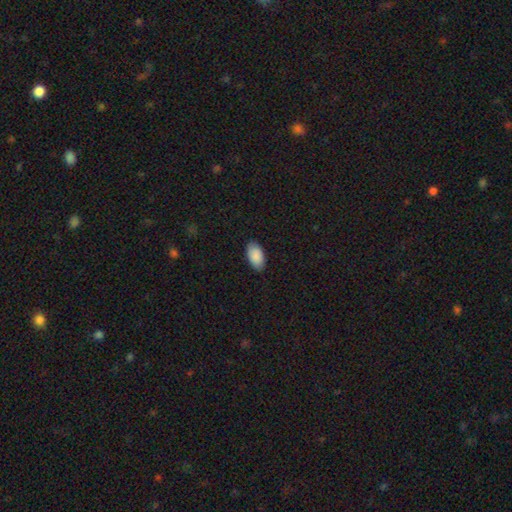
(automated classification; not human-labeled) Overall: smooth (90%). How rounded: in between (95%). Merging: none (87%).